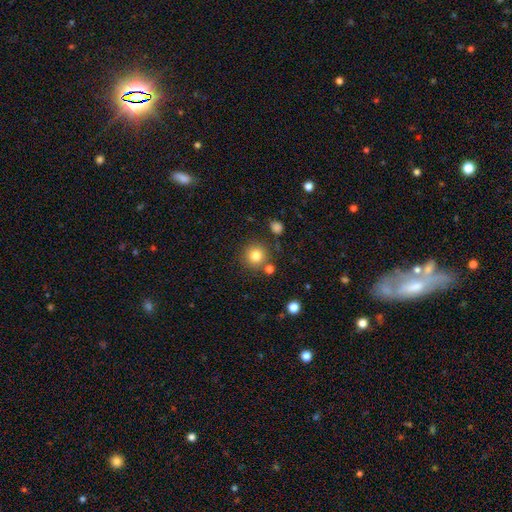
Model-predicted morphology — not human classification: smooth-or-featured: smooth: 81% | star or artifact: 12% | featured or disk: 7%
  how-rounded: round: 94% | in between: 5% | cigar-shaped: 1%
  merging: none: 83% | minor disturbance: 8% | merger: 7% | major disturbance: 3%